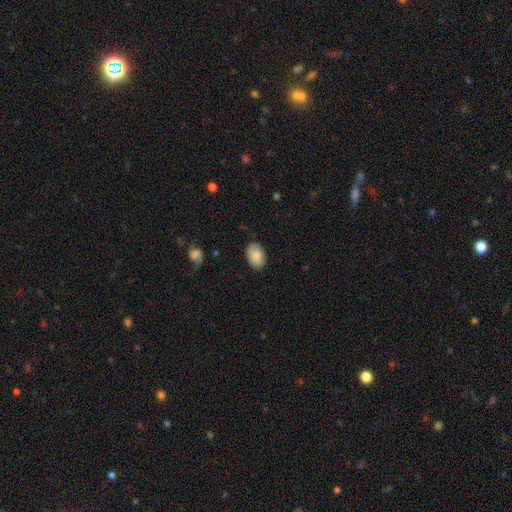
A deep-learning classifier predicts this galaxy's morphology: Q: Smooth or featured?
A: smooth (86%); runner-up: featured or disk (8%)
Q: How rounded?
A: in between (91%); runner-up: round (8%)
Q: Merging?
A: none (84%); runner-up: minor disturbance (12%)